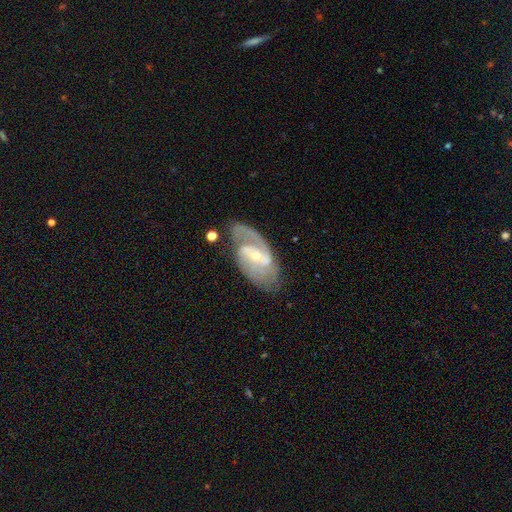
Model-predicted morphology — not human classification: smooth_or_featured: featured or disk (p=0.87) [alt: smooth p=0.07]
disk_edge_on: no (p=0.95) [alt: yes p=0.05]
bar: weak (p=0.44) [alt: no p=0.28]
has_spiral_arms: yes (p=0.96) [alt: no p=0.04]
spiral_winding: medium (p=0.50) [alt: tight p=0.32]
spiral_arm_count: 2 (p=0.70) [alt: can't tell p=0.11]
bulge_size: small (p=0.64) [alt: moderate p=0.33]
merging: none (p=0.68) [alt: minor disturbance p=0.19]